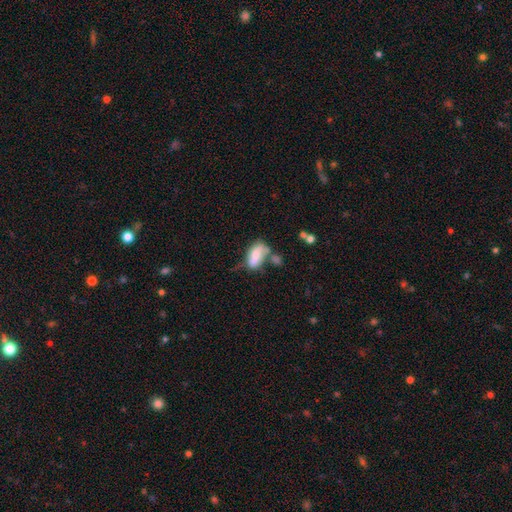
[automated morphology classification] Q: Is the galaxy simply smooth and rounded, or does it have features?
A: smooth — 59%.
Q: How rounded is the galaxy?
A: in between — 88%.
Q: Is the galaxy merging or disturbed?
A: merger — 30%.